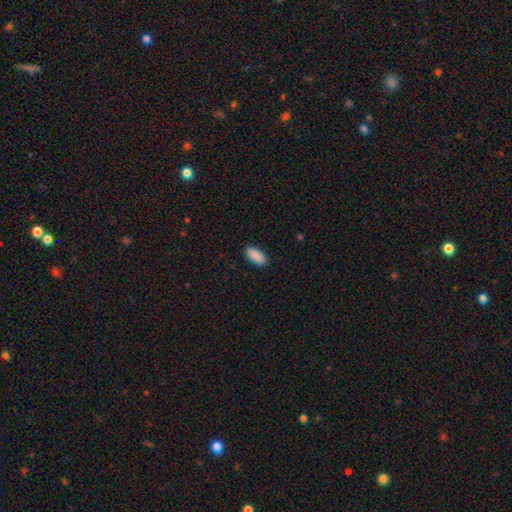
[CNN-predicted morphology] Overall: smooth (91%). How rounded: in between (89%). Merging: none (90%).